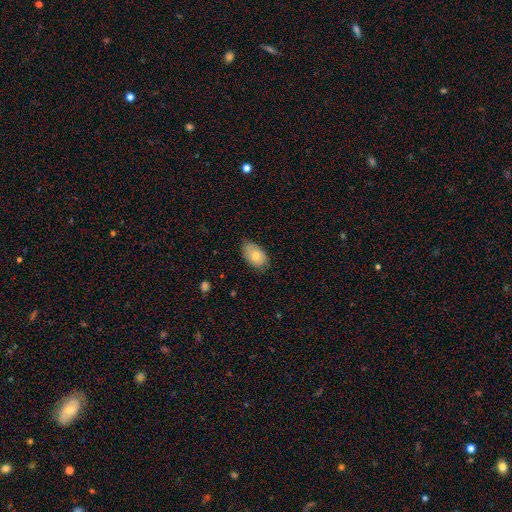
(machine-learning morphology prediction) The model was most divided on "merging": none: 69%, minor disturbance: 26%, major disturbance: 4%, merger: 1%. More confident: how rounded — in between (92%); smooth or featured — smooth (79%).